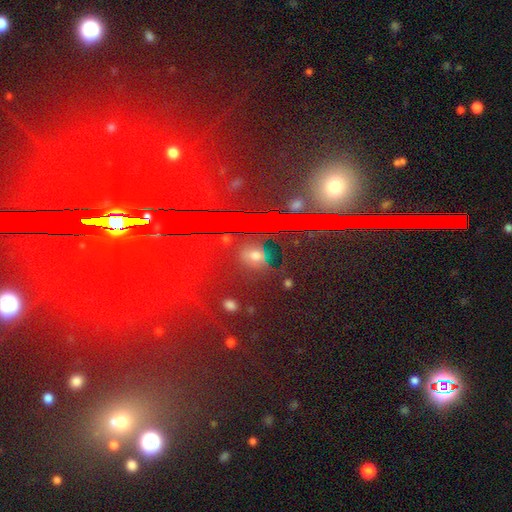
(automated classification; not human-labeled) Smooth or featured: star or artifact — 76% (smooth — 14%)